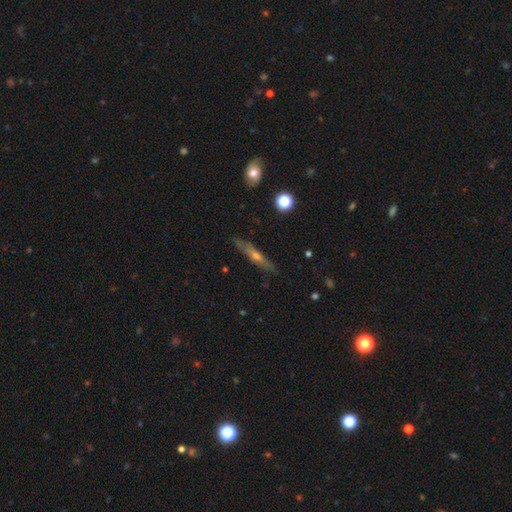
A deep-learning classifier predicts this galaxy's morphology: smooth-or-featured: featured or disk: 62% | smooth: 29% | star or artifact: 8%
  disk-edge-on: yes: 92% | no: 8%
    edge-on-bulge: rounded: 78% | none: 18% | boxy: 4%
  merging: none: 86% | minor disturbance: 11% | major disturbance: 2% | merger: 1%